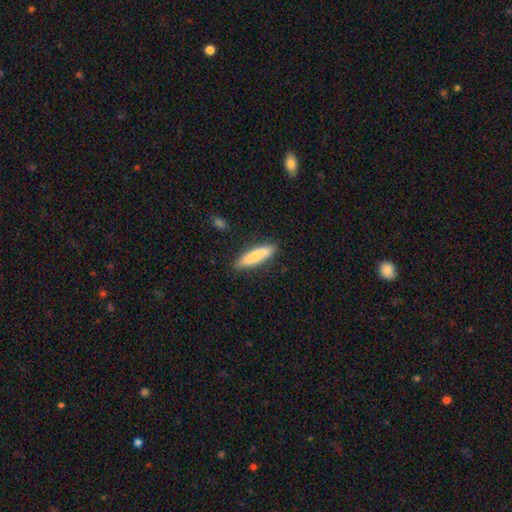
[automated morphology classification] smooth 78%, featured or disk 17%, star or artifact 5%. Down the decision tree: how rounded — cigar-shaped (75%); merging — none (87%).